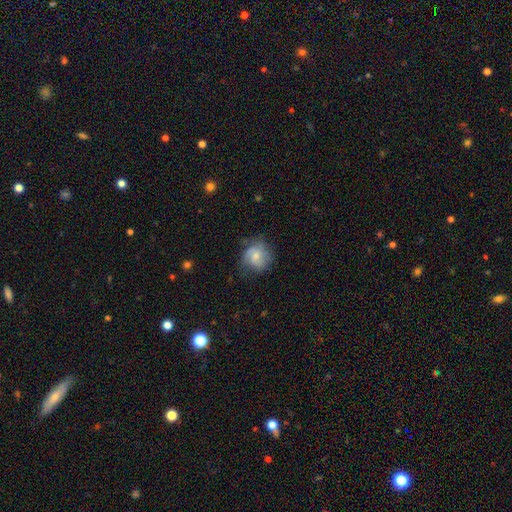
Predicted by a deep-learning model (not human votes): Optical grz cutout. It shows a smooth galaxy with no disk features (50%). Merging: none (60%).